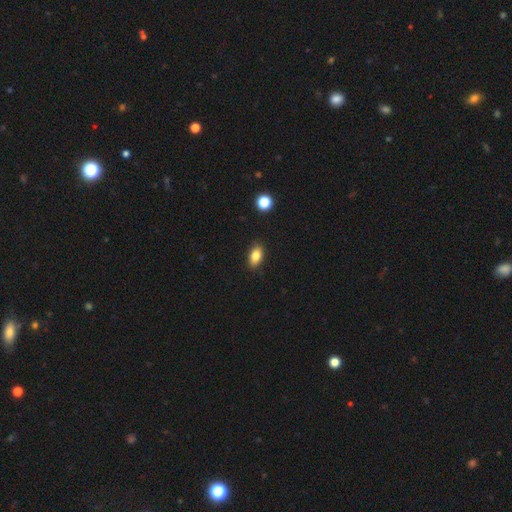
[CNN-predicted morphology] A smooth galaxy with no disk features (83%) that is in between round and cigar-shaped (88%). Merging: none (88%).